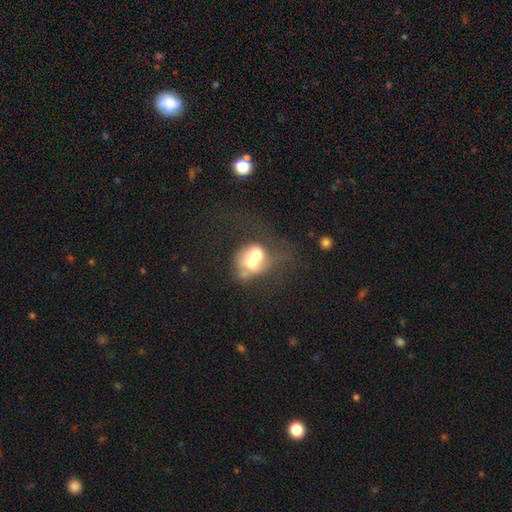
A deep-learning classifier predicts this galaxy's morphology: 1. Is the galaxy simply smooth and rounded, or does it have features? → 51% smooth, 39% featured or disk, 11% star or artifact.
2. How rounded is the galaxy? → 61% round, 38% in between, 1% cigar-shaped.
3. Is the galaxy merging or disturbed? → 67% merger, 16% none, 10% major disturbance, 8% minor disturbance.